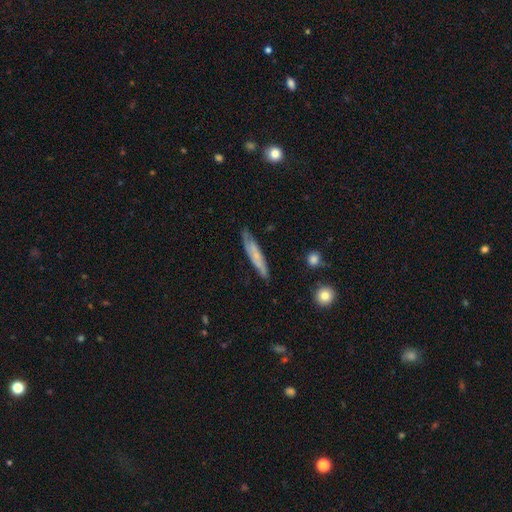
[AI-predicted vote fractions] Smooth or featured? Predicted: smooth (p=0.48). Merging? Predicted: none (p=0.75).